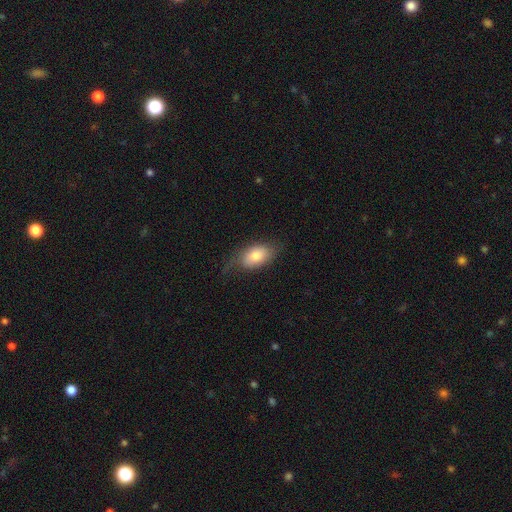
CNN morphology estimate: smooth_or_featured: smooth (p=0.75) [alt: featured or disk p=0.18]
how_rounded: in between (p=0.90) [alt: round p=0.07]
merging: none (p=0.58) [alt: minor disturbance p=0.28]